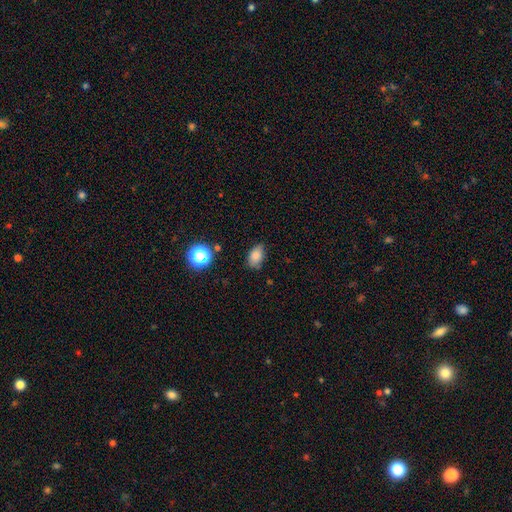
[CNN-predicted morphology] This appears to be a smooth galaxy with no disk features (81%) that is in between round and cigar-shaped (85%). Merging: none (73%).